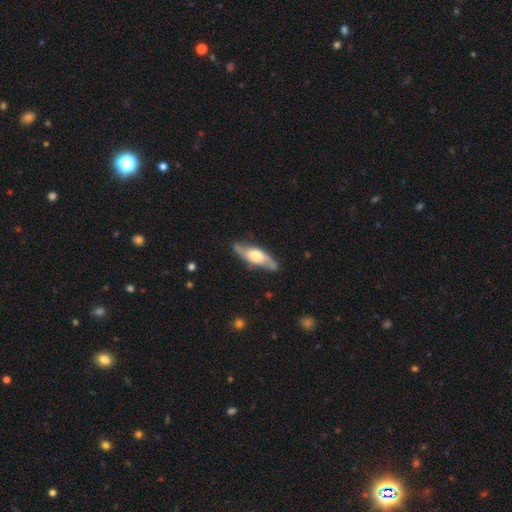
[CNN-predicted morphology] A featured or disk galaxy (62%).

Vote fractions:
- Smooth or featured? featured or disk: 62% / smooth: 33% / star or artifact: 5%
- Edge-on disk? no: 52% / yes: 48%
- Merging? none: 81% / minor disturbance: 14% / major disturbance: 3% / merger: 2%